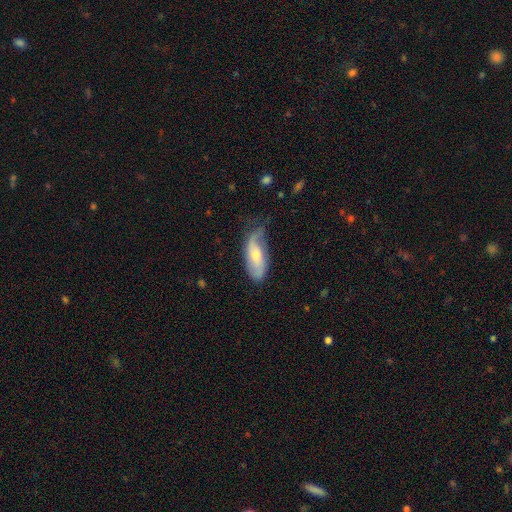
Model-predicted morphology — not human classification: This is possibly a featured or disk galaxy (51%). It is clearly not viewed edge-on (88%). Merging: marginally none (43%).